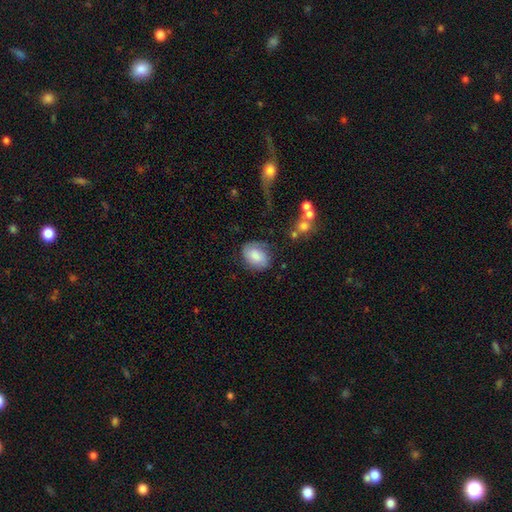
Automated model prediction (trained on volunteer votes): smooth-or-featured: smooth: 68% | featured or disk: 25% | star or artifact: 8%
  how-rounded: in between: 66% | round: 33% | cigar-shaped: 1%
  merging: none: 69% | minor disturbance: 21% | major disturbance: 8% | merger: 2%